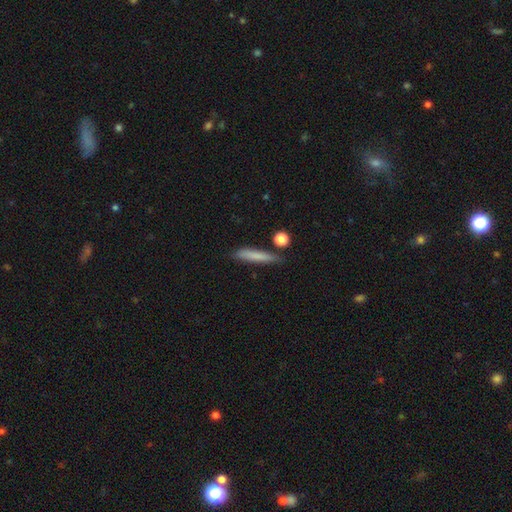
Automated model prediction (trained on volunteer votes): Smooth or featured? smooth (76%)
How rounded? cigar-shaped (89%)
Merging? none (77%)